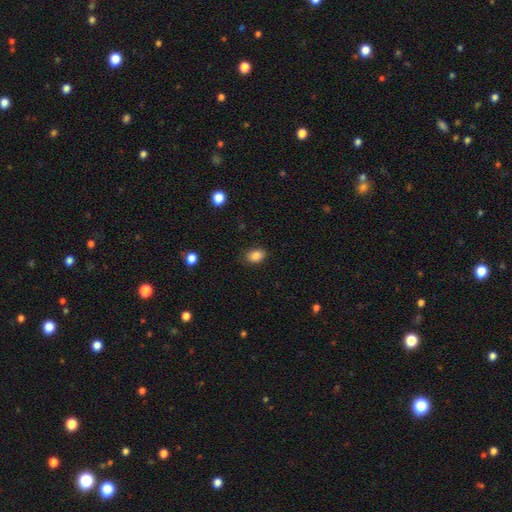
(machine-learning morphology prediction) Smooth or featured? Predicted: smooth (p=0.86). How rounded? Predicted: in between (p=0.78). Merging? Predicted: none (p=0.81).